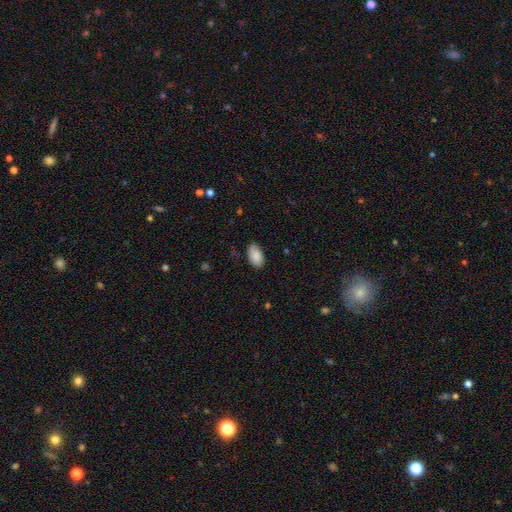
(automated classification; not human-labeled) A smooth galaxy with no disk features (89%) that is in between round and cigar-shaped (95%).

Vote fractions:
- Smooth or featured? smooth: 89% / star or artifact: 6% / featured or disk: 5%
- How rounded? in between: 95% / round: 3% / cigar-shaped: 2%
- Merging? none: 84% / minor disturbance: 12% / major disturbance: 2% / merger: 1%